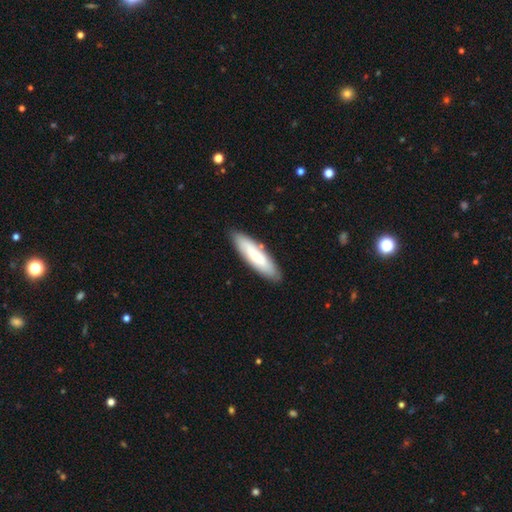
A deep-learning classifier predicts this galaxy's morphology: smooth 71%, featured or disk 24%, star or artifact 5%. Down the decision tree: how rounded — cigar-shaped (65%); merging — none (86%).